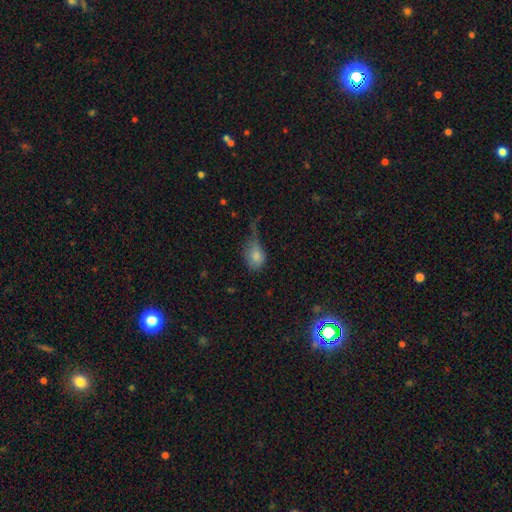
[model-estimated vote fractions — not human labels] smooth 80%, featured or disk 11%, star or artifact 9%. Down the decision tree: how rounded — in between (76%); merging — major disturbance (39%).